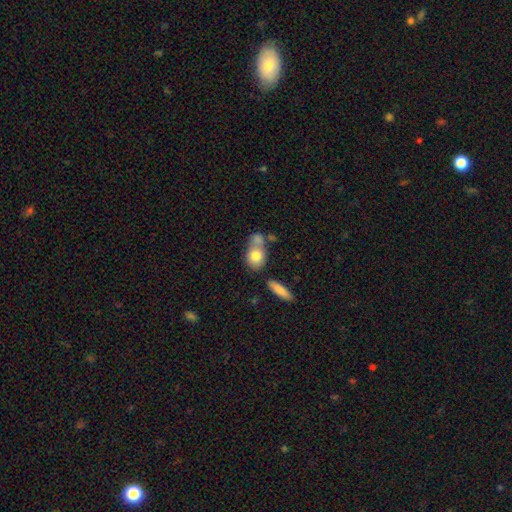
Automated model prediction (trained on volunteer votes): Smooth or featured? smooth (75%)
How rounded? in between (65%)
Merging? merger (43%)